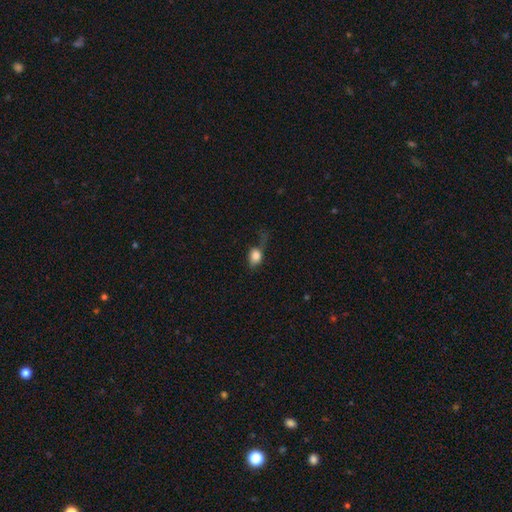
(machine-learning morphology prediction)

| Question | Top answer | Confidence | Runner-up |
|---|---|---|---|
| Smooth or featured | smooth | 76% | featured or disk (14%) |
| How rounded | in between | 56% | round (40%) |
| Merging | none | 35% | major disturbance (34%) |